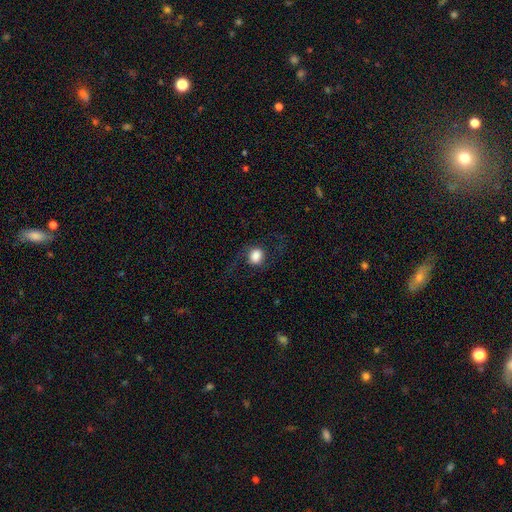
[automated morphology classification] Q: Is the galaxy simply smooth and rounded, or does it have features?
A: smooth — 69%.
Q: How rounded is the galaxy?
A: round — 70%.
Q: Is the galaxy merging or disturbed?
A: none — 69%.